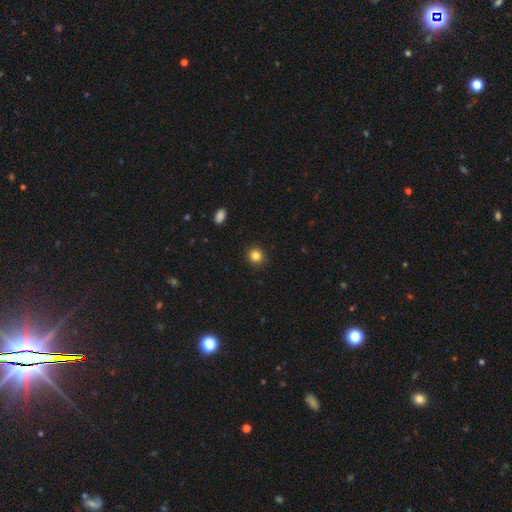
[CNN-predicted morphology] Q: Smooth or featured?
A: smooth (84%); runner-up: star or artifact (11%)
Q: How rounded?
A: round (88%); runner-up: in between (11%)
Q: Merging?
A: none (90%); runner-up: minor disturbance (7%)